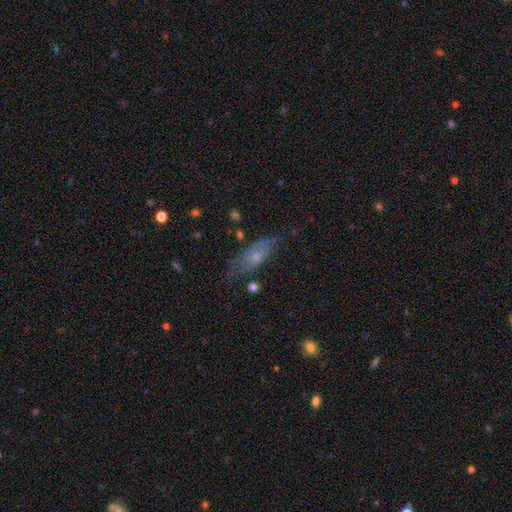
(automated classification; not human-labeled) A smooth galaxy with no disk features (48%).

Vote fractions:
- Smooth or featured? smooth: 48% / featured or disk: 42% / star or artifact: 9%
- Merging? none: 64% / minor disturbance: 25% / major disturbance: 9% / merger: 3%